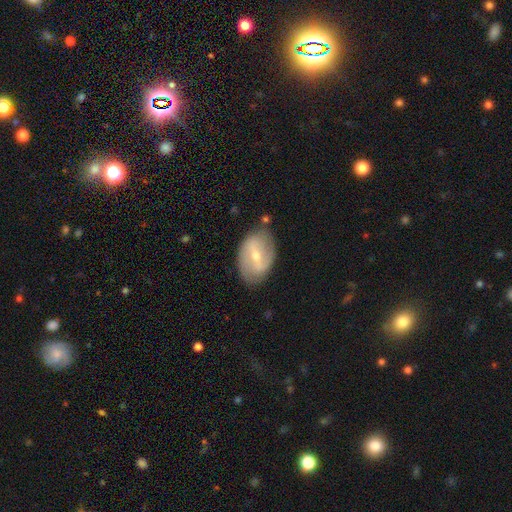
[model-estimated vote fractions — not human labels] A featured or disk galaxy (69%) with a weak bar (43%, tied with strong), spiral arms (72%) and a moderate central bulge (49%). Merging: none (77%).